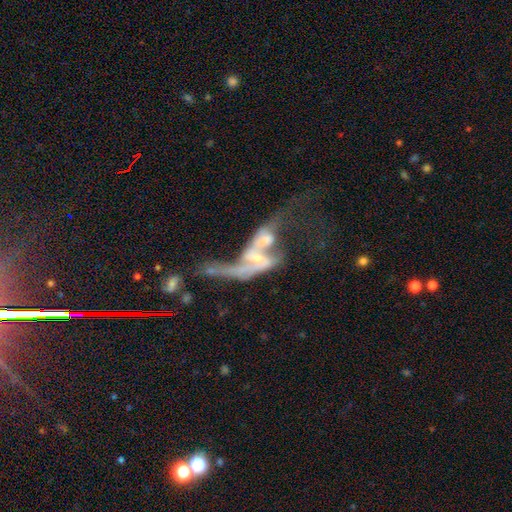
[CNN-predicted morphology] featured or disk 74%, smooth 17%, star or artifact 10%. Down the decision tree: edge-on disk — no (89%); bar — no (58%); spiral arms — yes (63%); bulge size — small (44%); merging — merger (66%).